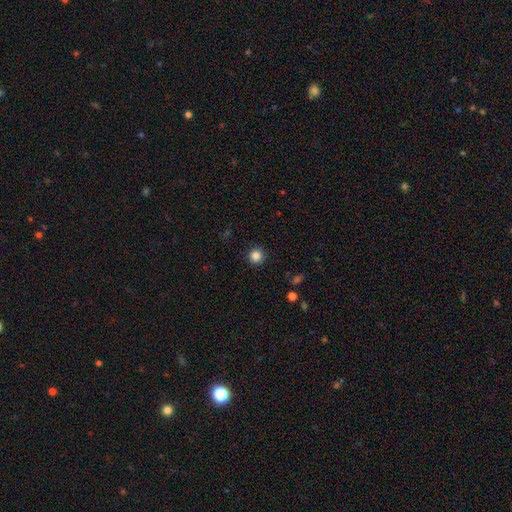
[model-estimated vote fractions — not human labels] smooth 85%, star or artifact 11%, featured or disk 4%. Down the decision tree: how rounded — round (95%); merging — none (91%).